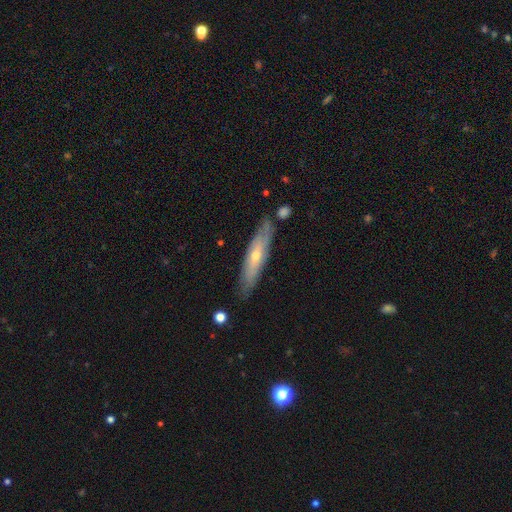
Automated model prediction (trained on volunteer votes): The model was most divided on "edge-on disk": yes: 58%, no: 42%. More confident: merging — none (77%); smooth or featured — featured or disk (59%).